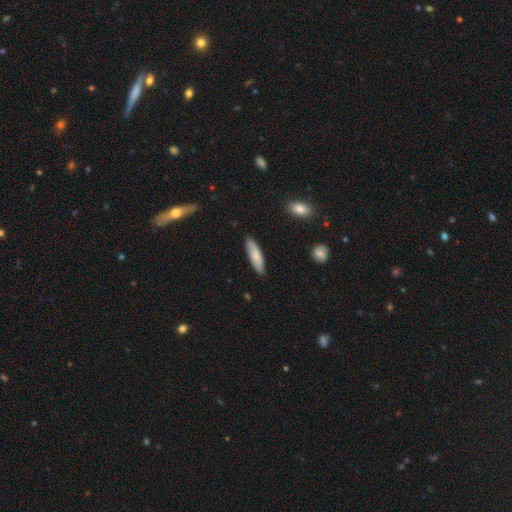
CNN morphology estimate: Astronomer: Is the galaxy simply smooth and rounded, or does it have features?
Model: smooth — 76%.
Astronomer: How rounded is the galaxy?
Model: cigar-shaped — 58% (runner-up: in between, 40%).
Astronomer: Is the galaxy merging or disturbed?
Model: none — 83%.